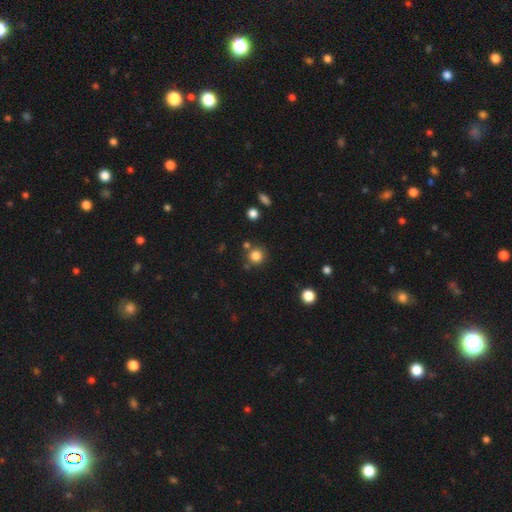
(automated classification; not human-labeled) A smooth galaxy with no disk features (82%) that is round (91%).

Vote fractions:
- Smooth or featured? smooth: 82% / star or artifact: 13% / featured or disk: 6%
- How rounded? round: 91% / in between: 8% / cigar-shaped: 1%
- Merging? none: 76% / merger: 11% / minor disturbance: 10% / major disturbance: 3%